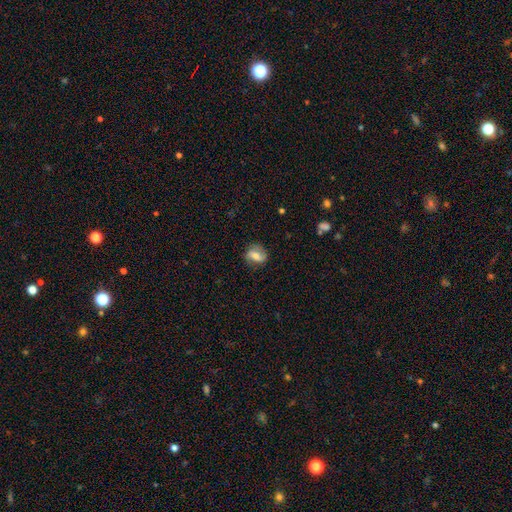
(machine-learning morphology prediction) A featured or disk galaxy (53%) with a weak bar (40%), spiral arms (83%) and a moderate central bulge (55%).

Vote fractions:
- Smooth or featured? featured or disk: 53% / smooth: 39% / star or artifact: 8%
- Edge-on disk? no: 95% / yes: 5%
- Bar? weak: 40% / strong: 31% / no: 29%
- Spiral arms? yes: 83% / no: 17%
- Bulge size? moderate: 55% / small: 30% / large: 8% / none: 5% / dominant: 2%
- Merging? none: 77% / minor disturbance: 16% / major disturbance: 5% / merger: 1%